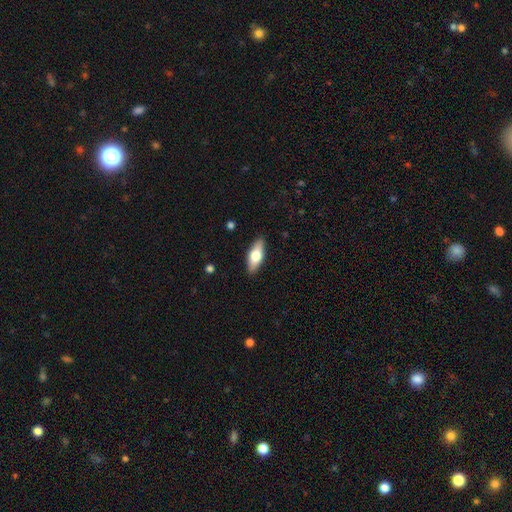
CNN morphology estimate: smooth-or-featured: smooth: 64% | featured or disk: 31% | star or artifact: 6%
  how-rounded: in between: 72% | cigar-shaped: 25% | round: 3%
  merging: none: 89% | minor disturbance: 8% | major disturbance: 2% | merger: 1%